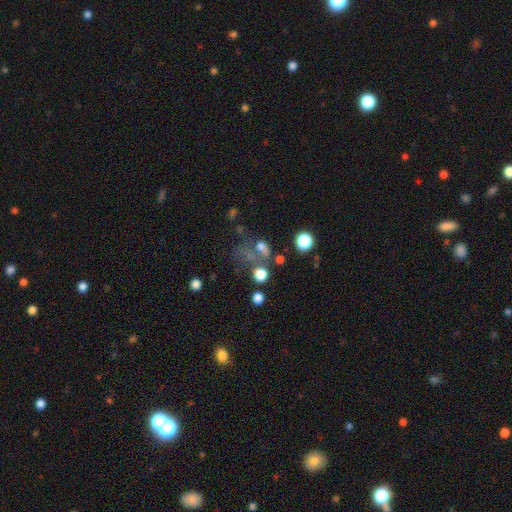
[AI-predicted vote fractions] The model was most divided on "smooth or featured": star or artifact: 41%, smooth: 33%, featured or disk: 26%.